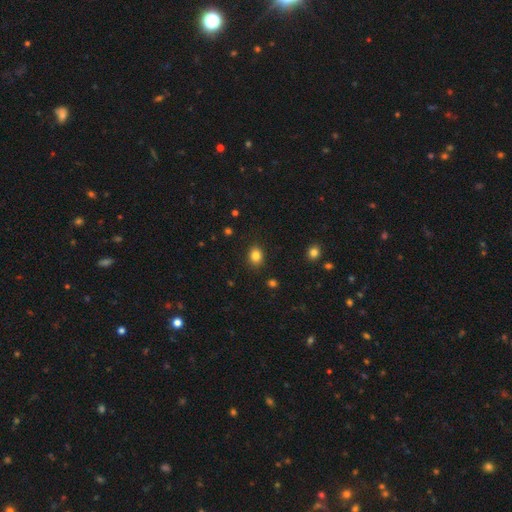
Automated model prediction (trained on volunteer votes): Morphology: type=smooth (83%); roundness=round (53%); merging=none (88%).